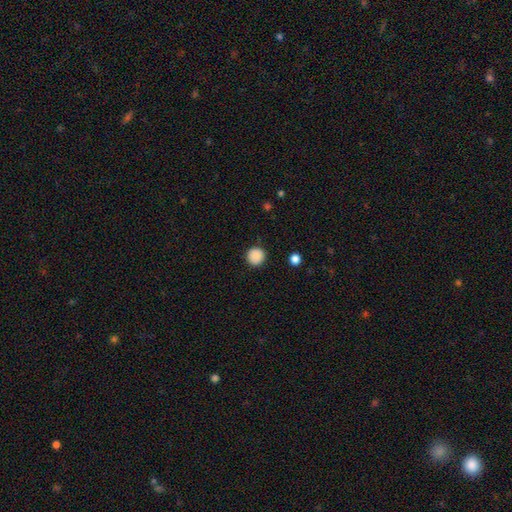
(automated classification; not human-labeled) Smooth or featured? Predicted: smooth (p=0.88). How rounded? Predicted: round (p=0.95). Merging? Predicted: none (p=0.90).